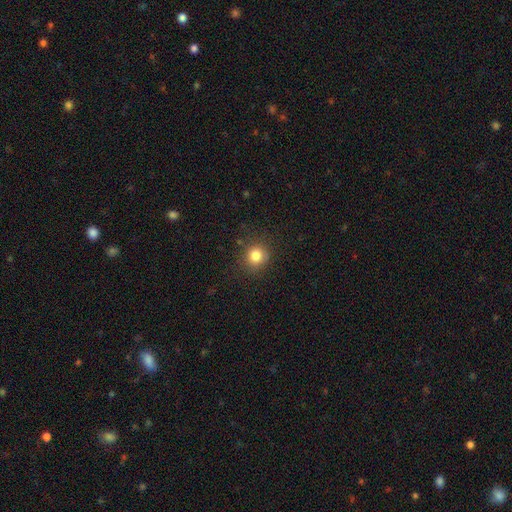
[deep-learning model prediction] smooth 82%, star or artifact 12%, featured or disk 6%. Down the decision tree: how rounded — round (88%); merging — none (85%).